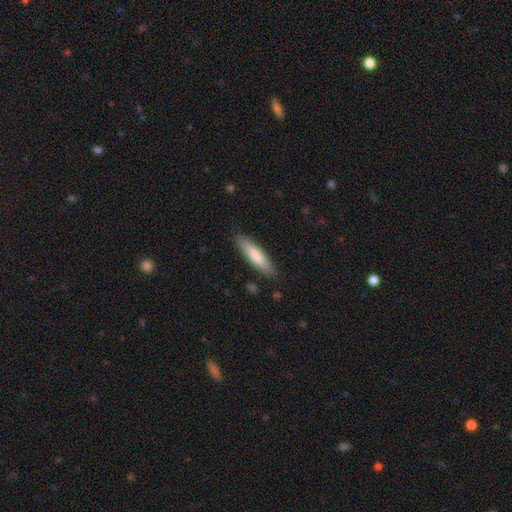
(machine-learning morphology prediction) smooth 78%, featured or disk 17%, star or artifact 5%. Down the decision tree: how rounded — cigar-shaped (75%); merging — none (87%).